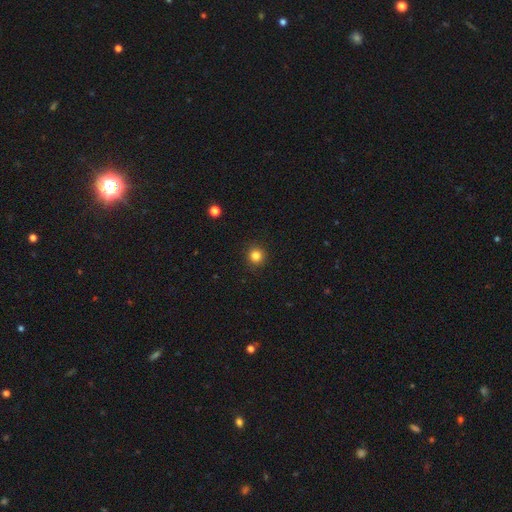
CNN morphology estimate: This appears to be a smooth galaxy with no disk features (83%) that is round (93%). Merging: none (92%).